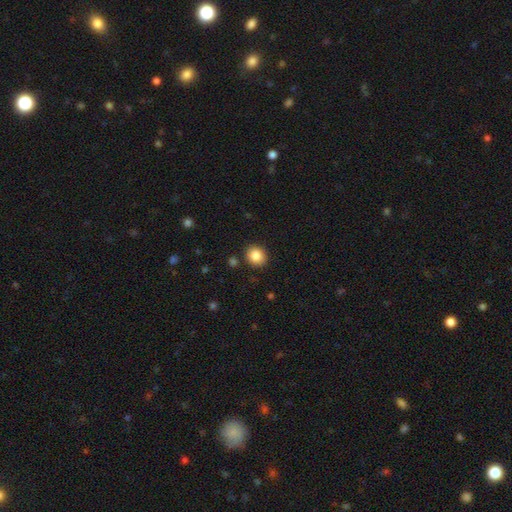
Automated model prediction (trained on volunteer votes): A smooth galaxy with no disk features (85%) that is round (72%). Merging: none (88%).